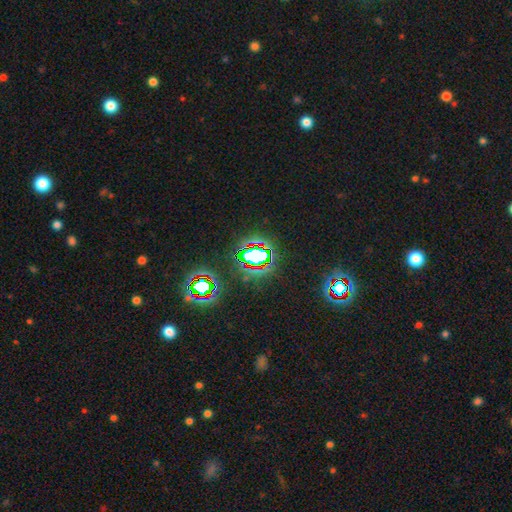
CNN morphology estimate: This is likely a star or artifact rather than a galaxy (64%).